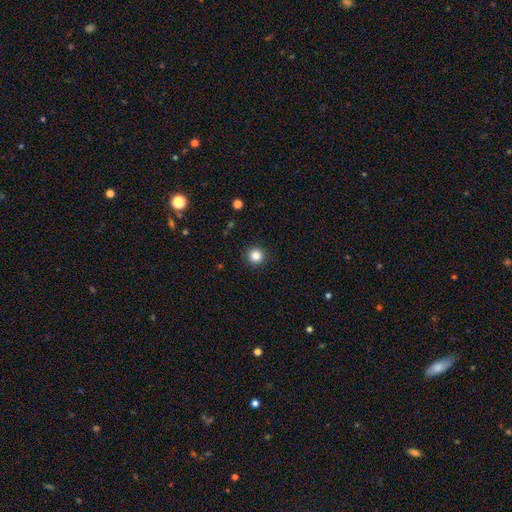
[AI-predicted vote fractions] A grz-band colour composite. It shows a smooth galaxy with no disk features (85%) that is round (95%). Merging: none (92%).